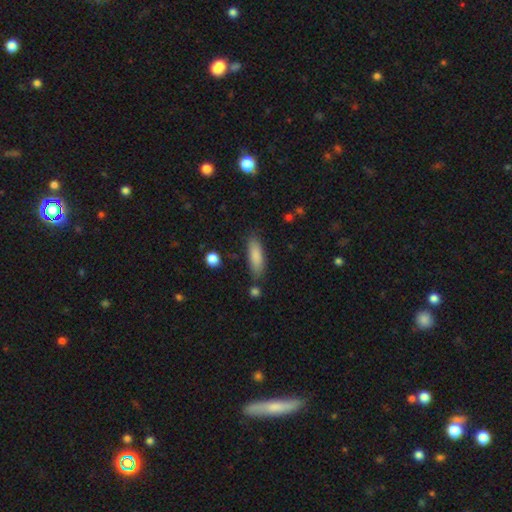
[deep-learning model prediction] Smooth or featured? smooth (85%)
How rounded? cigar-shaped (49%, tied with in between)
Merging? none (79%)